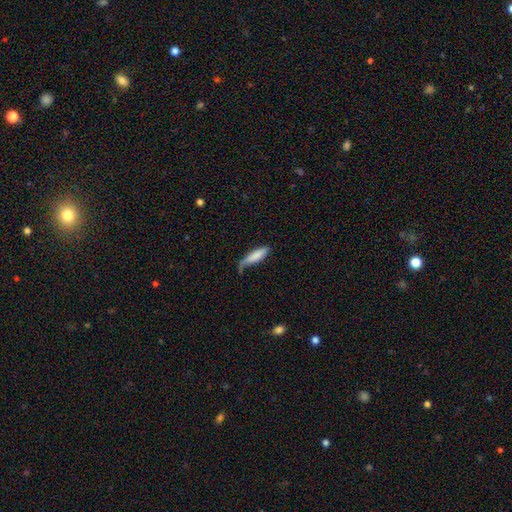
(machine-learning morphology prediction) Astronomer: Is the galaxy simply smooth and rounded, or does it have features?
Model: smooth — 79%.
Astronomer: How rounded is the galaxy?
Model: cigar-shaped — 60% (runner-up: in between, 38%).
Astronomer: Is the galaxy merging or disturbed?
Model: none — 38% (runner-up: minor disturbance, 36%).